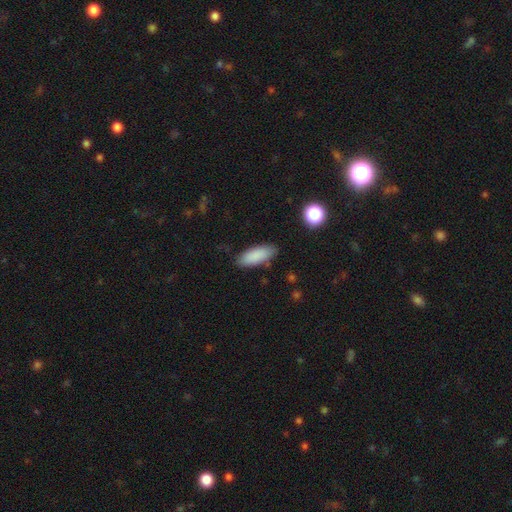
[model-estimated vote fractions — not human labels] This is clearly a smooth galaxy (87%). How rounded: likely in between (72%). Merging: clearly none (82%).